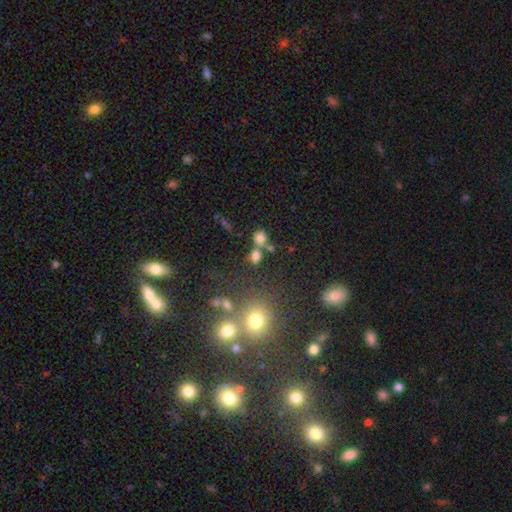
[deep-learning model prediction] smooth 73%, star or artifact 17%, featured or disk 10%. Down the decision tree: how rounded — round (62%); merging — none (50%).